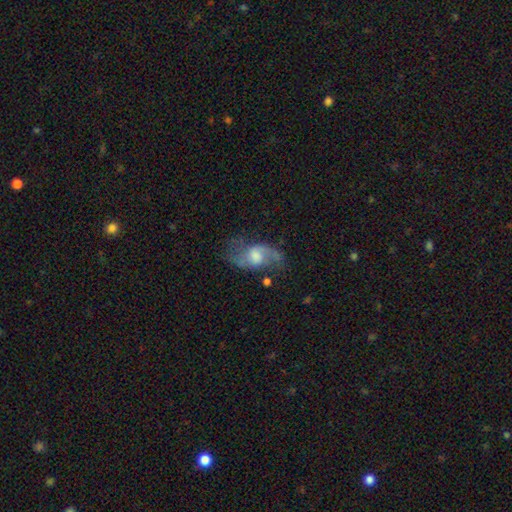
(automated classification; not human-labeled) A featured or disk galaxy (75%) with a weak bar (46%), 2 (85%) loose (56%) spiral arms (89%) and a moderate central bulge (46%). Merging: none (62%).